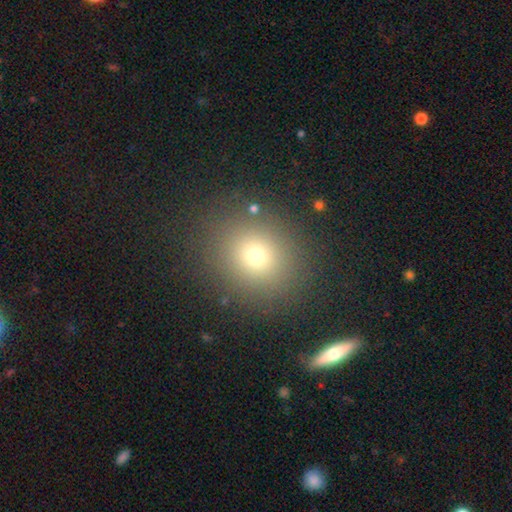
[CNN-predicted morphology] Smooth or featured? Predicted: smooth (p=0.71). How rounded? Predicted: round (p=0.82). Merging? Predicted: none (p=0.86).